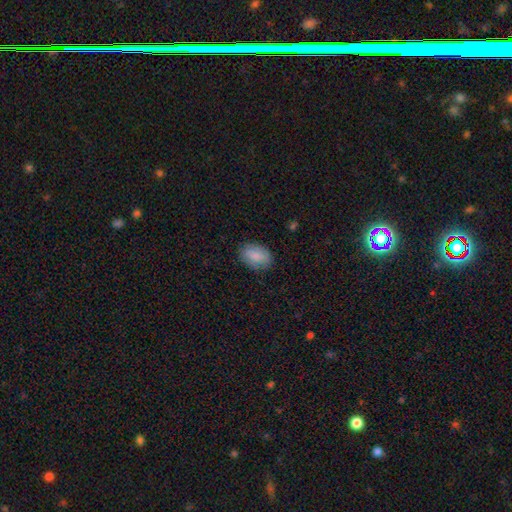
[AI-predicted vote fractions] smooth_or_featured: smooth (p=0.86) [alt: featured or disk p=0.07]
how_rounded: in between (p=0.86) [alt: round p=0.13]
merging: none (p=0.83) [alt: minor disturbance p=0.13]